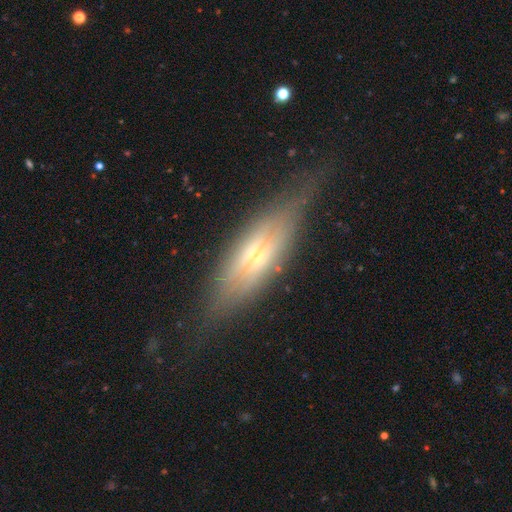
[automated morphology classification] This appears to be a featured or disk galaxy (67%) viewed edge-on (82%) with a rounded central bulge (78%). Merging: none (69%).